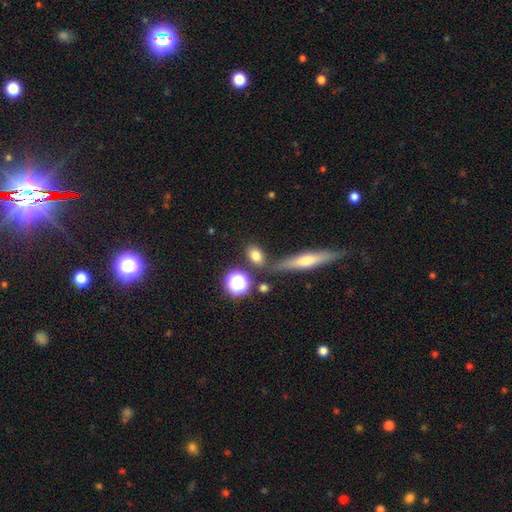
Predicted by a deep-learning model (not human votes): Smooth or featured? Predicted: smooth (p=0.76). How rounded? Predicted: in between (p=0.66). Merging? Predicted: none (p=0.72).